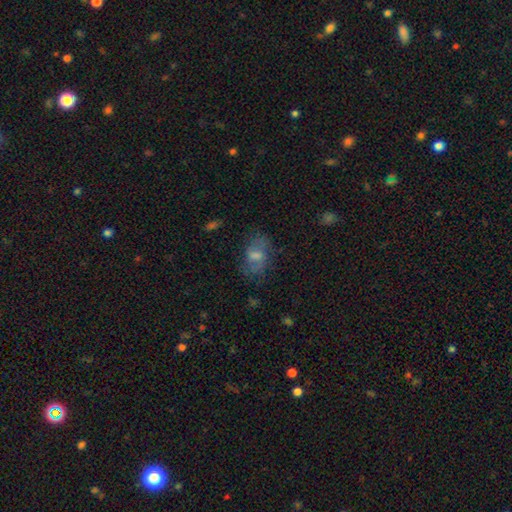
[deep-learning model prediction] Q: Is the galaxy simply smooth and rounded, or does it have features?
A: featured or disk — 44%.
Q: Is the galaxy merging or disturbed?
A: none — 66%.